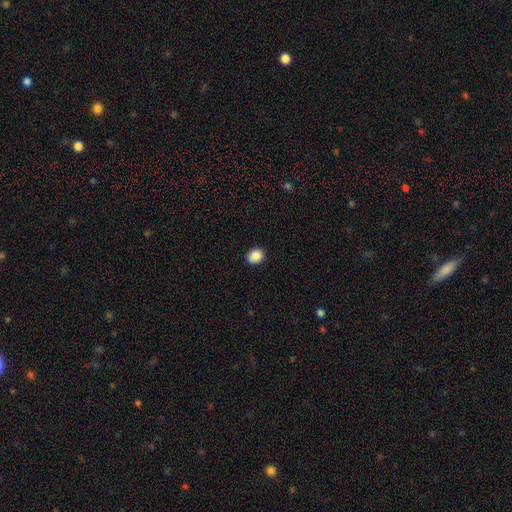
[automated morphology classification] smooth 87%, star or artifact 9%, featured or disk 4%. Down the decision tree: how rounded — round (63%); merging — none (88%).